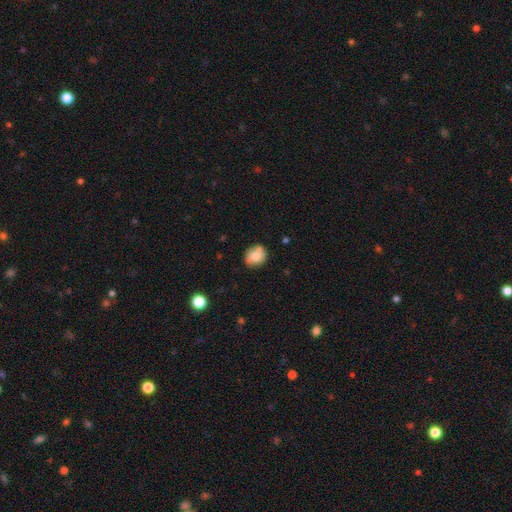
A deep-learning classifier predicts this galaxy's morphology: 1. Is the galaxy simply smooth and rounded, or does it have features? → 80% smooth, 12% featured or disk, 8% star or artifact.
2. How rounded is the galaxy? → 69% round, 30% in between, 1% cigar-shaped.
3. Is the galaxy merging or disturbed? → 71% none, 20% minor disturbance, 4% merger, 4% major disturbance.